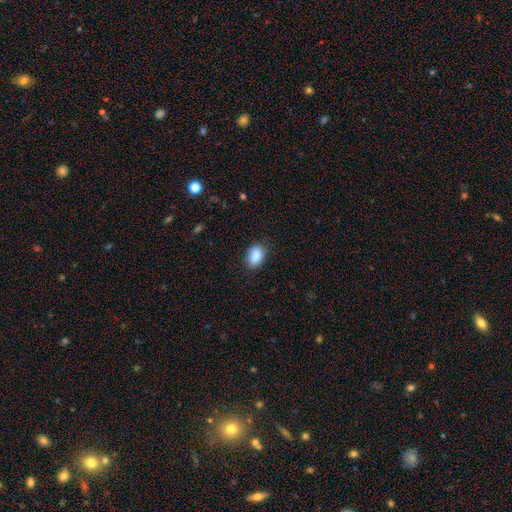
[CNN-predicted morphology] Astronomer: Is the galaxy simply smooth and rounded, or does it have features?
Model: smooth — 88%.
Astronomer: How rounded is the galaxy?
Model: in between — 85%.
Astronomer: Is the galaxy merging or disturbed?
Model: none — 83%.